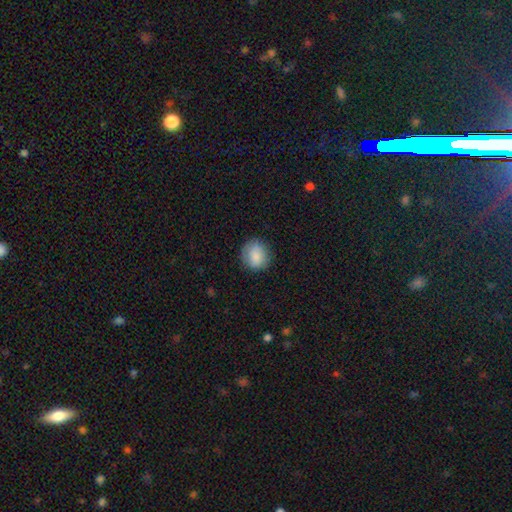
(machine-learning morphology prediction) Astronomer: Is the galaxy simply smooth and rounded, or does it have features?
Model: smooth — 86%.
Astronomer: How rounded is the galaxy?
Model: round — 79%.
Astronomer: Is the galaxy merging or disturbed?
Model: none — 83%.